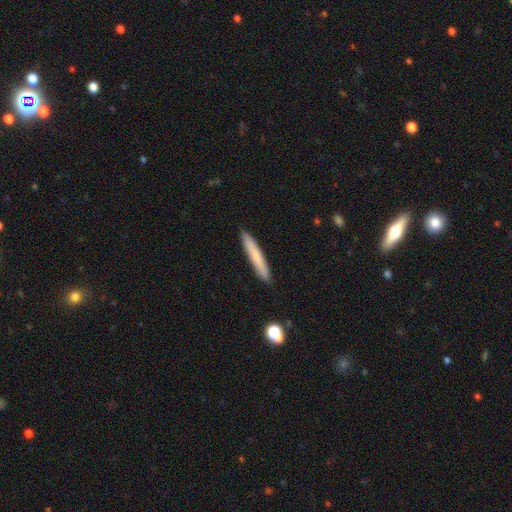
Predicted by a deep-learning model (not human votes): smooth 72%, featured or disk 21%, star or artifact 6%. Down the decision tree: how rounded — cigar-shaped (95%); merging — none (91%).